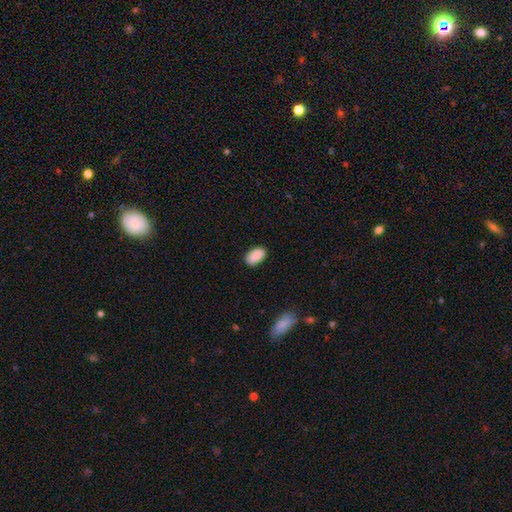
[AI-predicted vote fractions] smooth_or_featured: smooth (p=0.90) [alt: star or artifact p=0.07]
how_rounded: in between (p=0.93) [alt: round p=0.05]
merging: none (p=0.86) [alt: minor disturbance p=0.11]